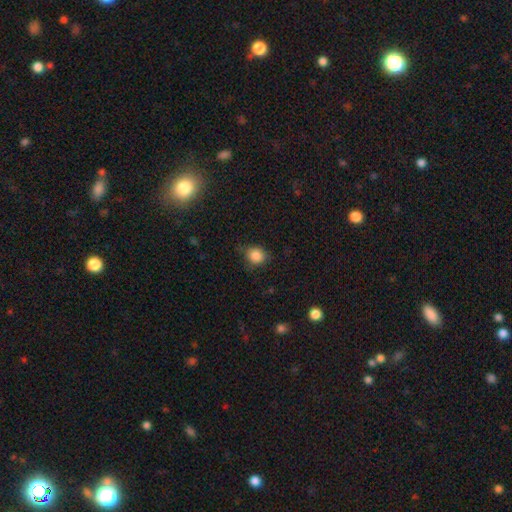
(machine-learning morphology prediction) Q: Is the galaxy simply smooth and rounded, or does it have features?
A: smooth — 85%.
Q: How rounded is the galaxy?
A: round — 76%.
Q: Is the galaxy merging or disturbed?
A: none — 72%.